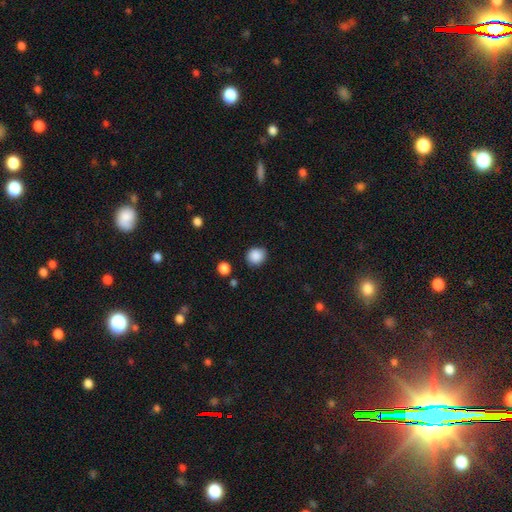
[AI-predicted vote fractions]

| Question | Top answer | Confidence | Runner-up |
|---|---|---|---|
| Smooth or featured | smooth | 88% | star or artifact (9%) |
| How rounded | round | 78% | in between (21%) |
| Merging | none | 84% | minor disturbance (11%) |